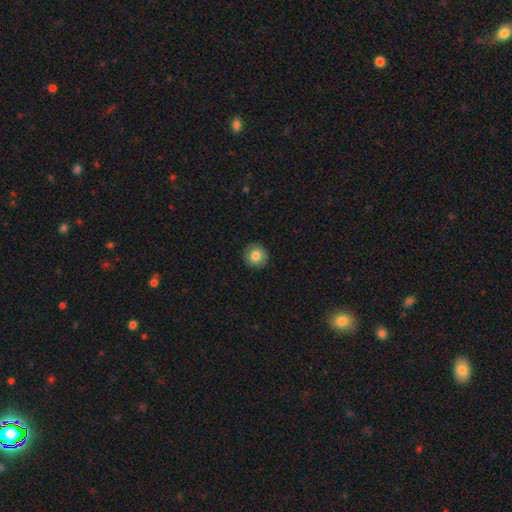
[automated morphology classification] Q: Smooth or featured?
A: smooth (82%); runner-up: featured or disk (10%)
Q: How rounded?
A: round (92%); runner-up: in between (7%)
Q: Merging?
A: none (90%); runner-up: minor disturbance (7%)